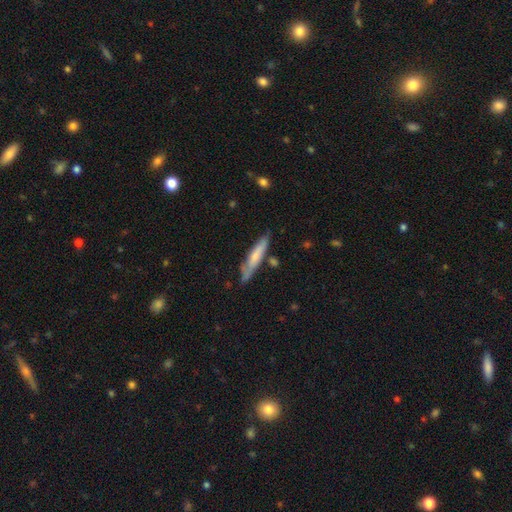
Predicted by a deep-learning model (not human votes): Smooth or featured? smooth (61%)
How rounded? cigar-shaped (87%)
Merging? none (71%)